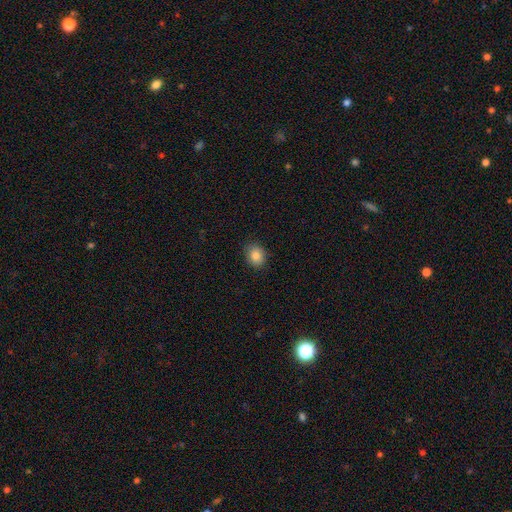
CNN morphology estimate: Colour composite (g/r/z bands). It shows a smooth galaxy with no disk features (85%) that is round (55%). Merging: none (86%).